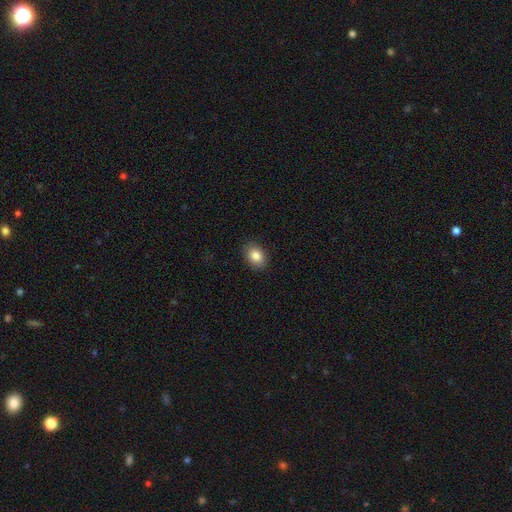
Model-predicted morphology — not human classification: smooth-or-featured: smooth: 85% | star or artifact: 8% | featured or disk: 7%
  how-rounded: in between: 72% | round: 27% | cigar-shaped: 1%
  merging: none: 88% | minor disturbance: 9% | major disturbance: 2% | merger: 1%